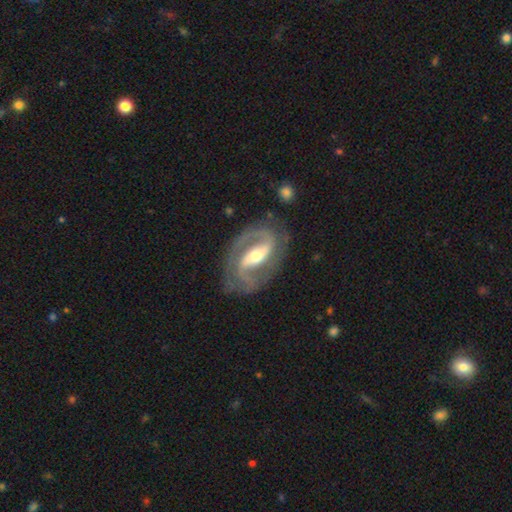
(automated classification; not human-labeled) Smooth or featured?
  - featured or disk: 89% *
  - smooth: 7%
  - star or artifact: 4%
Edge-on disk?
  - no: 96% *
  - yes: 4%
Bar?
  - strong: 59% *
  - weak: 29%
  - no: 12%
Spiral arms?
  - yes: 96% *
  - no: 4%
Spiral winding?
  - medium: 52% *
  - tight: 34%
  - loose: 14%
Spiral arm count?
  - 2: 90% *
  - can't tell: 3%
  - 1: 3%
  - 3: 2%
  - 4: 1%
  - more than 4: 1%
Bulge size?
  - moderate: 60% *
  - small: 29%
  - large: 9%
  - none: 1%
  - dominant: 1%
Merging?
  - none: 78% *
  - minor disturbance: 14%
  - major disturbance: 6%
  - merger: 2%